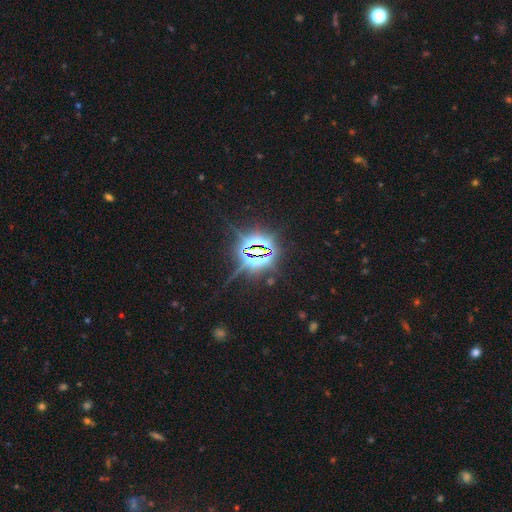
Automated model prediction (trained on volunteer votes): Smooth or featured?
  - star or artifact: 84% *
  - featured or disk: 9%
  - smooth: 7%